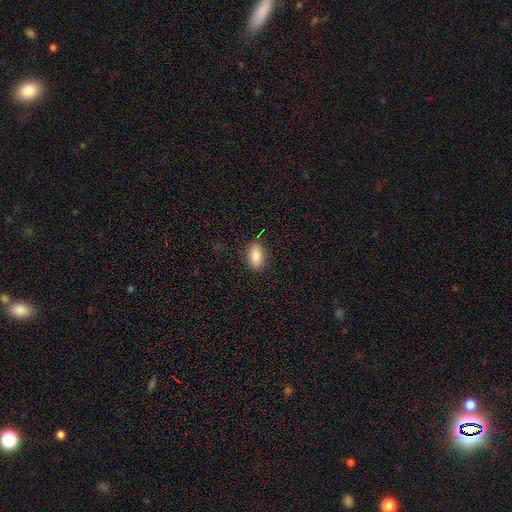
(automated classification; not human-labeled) A smooth galaxy with no disk features (86%) that is in between round and cigar-shaped (90%).

Vote fractions:
- Smooth or featured? smooth: 86% / star or artifact: 7% / featured or disk: 7%
- How rounded? in between: 90% / round: 5% / cigar-shaped: 5%
- Merging? none: 85% / minor disturbance: 11% / major disturbance: 3% / merger: 1%